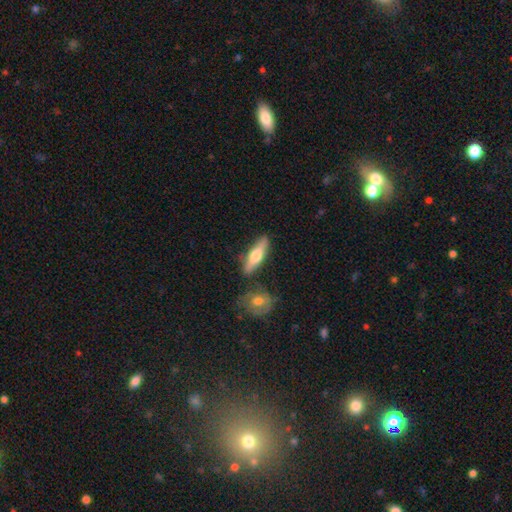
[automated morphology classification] Q: Smooth or featured?
A: smooth (51%); runner-up: featured or disk (44%)
Q: How rounded?
A: cigar-shaped (65%); runner-up: in between (32%)
Q: Merging?
A: none (78%); runner-up: minor disturbance (11%)